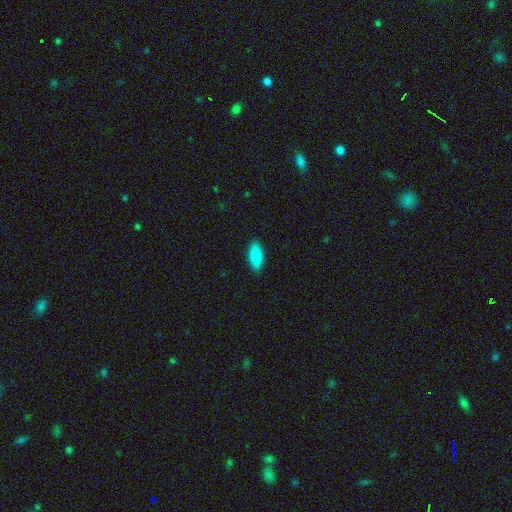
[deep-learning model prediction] The model was most divided on "how rounded": in between: 83%, cigar-shaped: 15%, round: 2%. More confident: merging — none (90%); smooth or featured — smooth (87%).